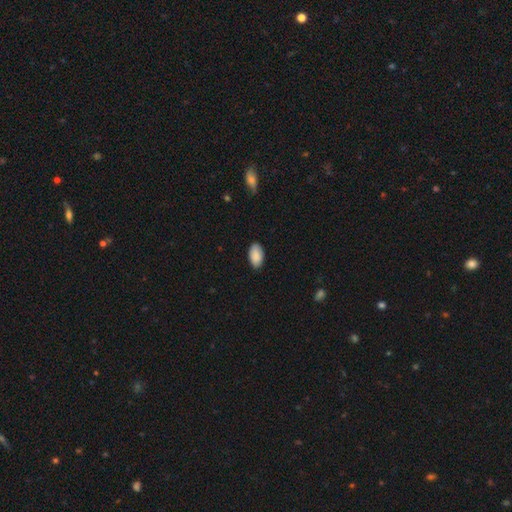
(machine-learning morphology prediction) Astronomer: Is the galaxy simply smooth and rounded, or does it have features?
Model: smooth — 89%.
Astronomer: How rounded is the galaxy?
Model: in between — 95%.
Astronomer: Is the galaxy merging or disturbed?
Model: none — 85%.